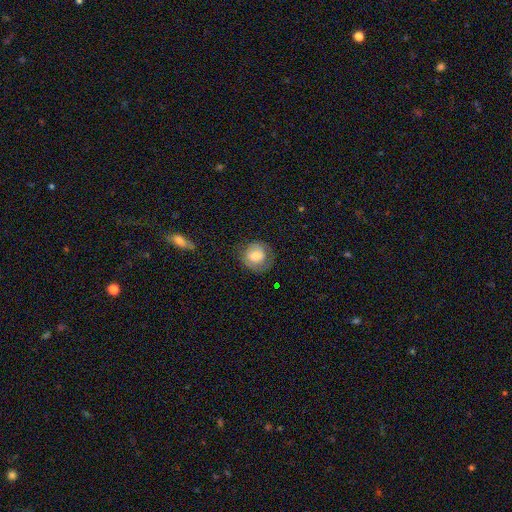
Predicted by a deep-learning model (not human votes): Smooth or featured? smooth (64%)
How rounded? round (82%)
Merging? none (67%)